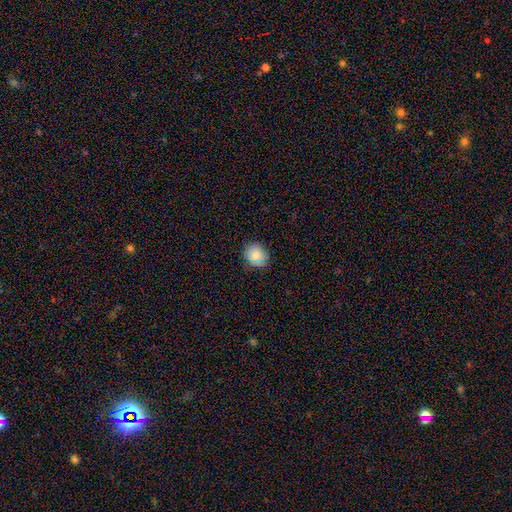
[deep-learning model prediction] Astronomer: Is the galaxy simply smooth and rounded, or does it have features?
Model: smooth — 79%.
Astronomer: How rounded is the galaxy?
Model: round — 73%.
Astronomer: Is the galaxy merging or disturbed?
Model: none — 79%.